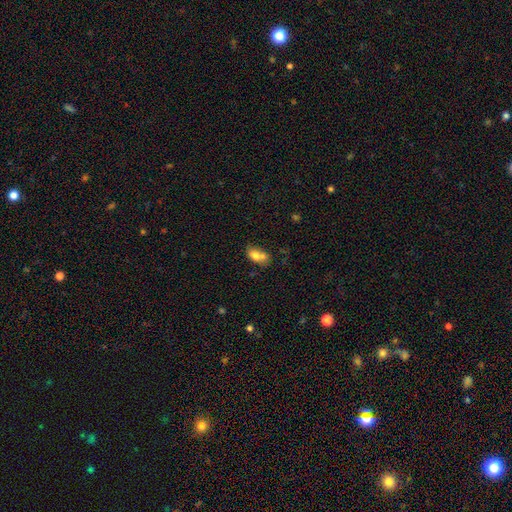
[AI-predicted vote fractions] Smooth or featured? smooth (73%)
How rounded? in between (81%)
Merging? merger (43%)